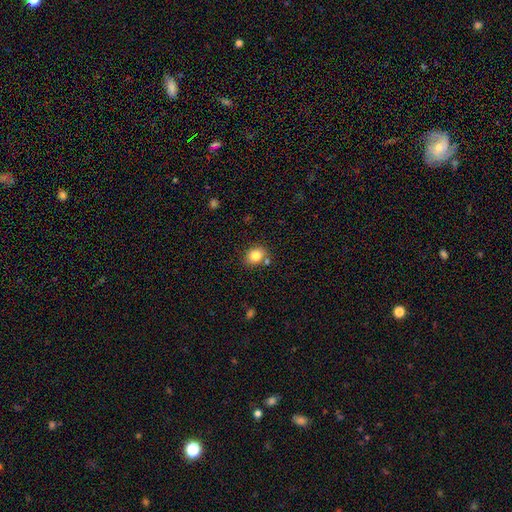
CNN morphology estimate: A smooth galaxy with no disk features (81%) that is round (53%).

Vote fractions:
- Smooth or featured? smooth: 81% / star or artifact: 10% / featured or disk: 8%
- How rounded? round: 53% / in between: 46% / cigar-shaped: 1%
- Merging? none: 74% / minor disturbance: 13% / merger: 10% / major disturbance: 3%